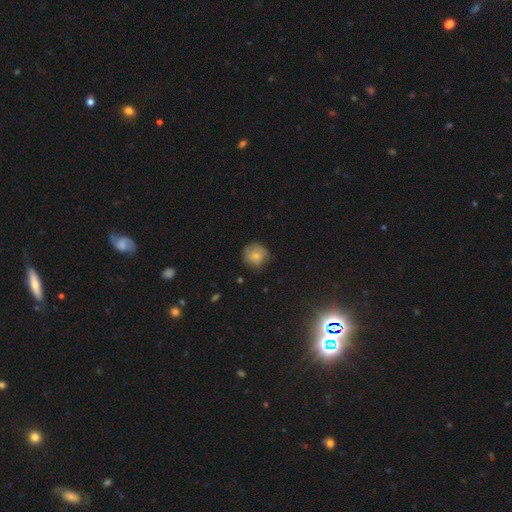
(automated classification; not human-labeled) This appears to be a smooth galaxy with no disk features (73%) that is round (88%). Merging: none (74%).